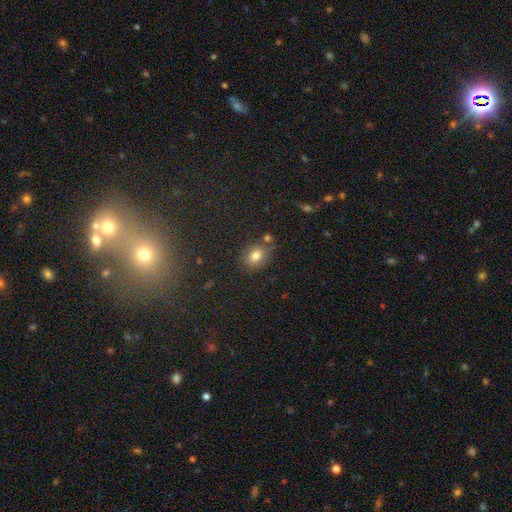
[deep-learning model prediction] smooth-or-featured: smooth: 78% | star or artifact: 13% | featured or disk: 9%
  how-rounded: round: 50% | in between: 49% | cigar-shaped: 1%
  merging: none: 70% | minor disturbance: 15% | merger: 11% | major disturbance: 4%